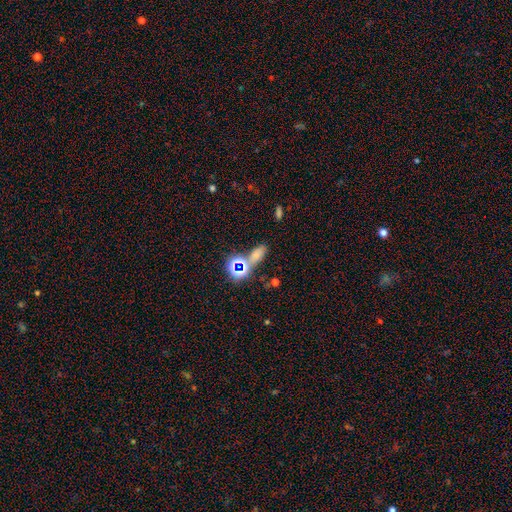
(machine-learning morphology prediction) Smooth or featured? Predicted: smooth (p=0.54). How rounded? Predicted: in between (p=0.71). Merging? Predicted: none (p=0.62).